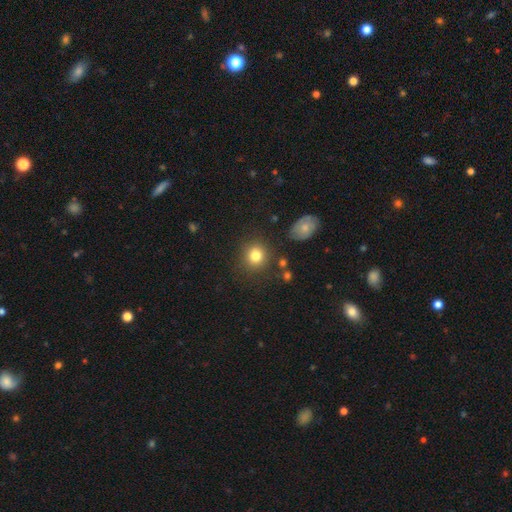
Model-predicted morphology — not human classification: Smooth or featured? Predicted: smooth (p=0.82). How rounded? Predicted: round (p=0.85). Merging? Predicted: none (p=0.83).